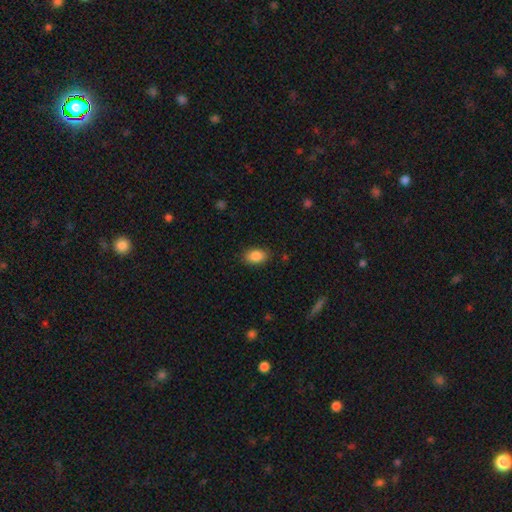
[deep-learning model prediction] This is clearly a smooth galaxy (87%). How rounded: clearly in between (87%). Merging: clearly none (86%).